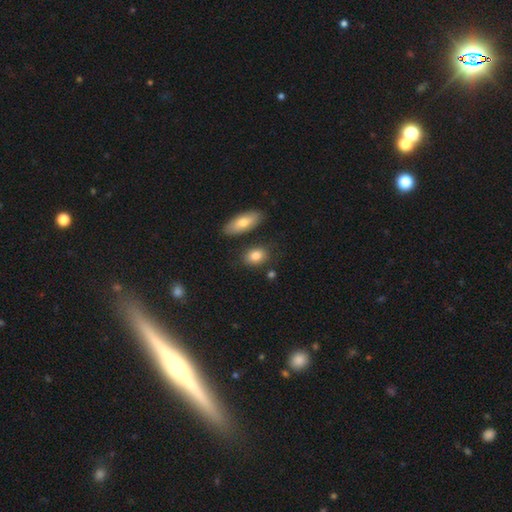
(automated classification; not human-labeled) A smooth galaxy with no disk features (83%) that is in between round and cigar-shaped (76%).

Vote fractions:
- Smooth or featured? smooth: 83% / featured or disk: 10% / star or artifact: 8%
- How rounded? in between: 76% / round: 21% / cigar-shaped: 3%
- Merging? none: 75% / minor disturbance: 13% / merger: 9% / major disturbance: 4%